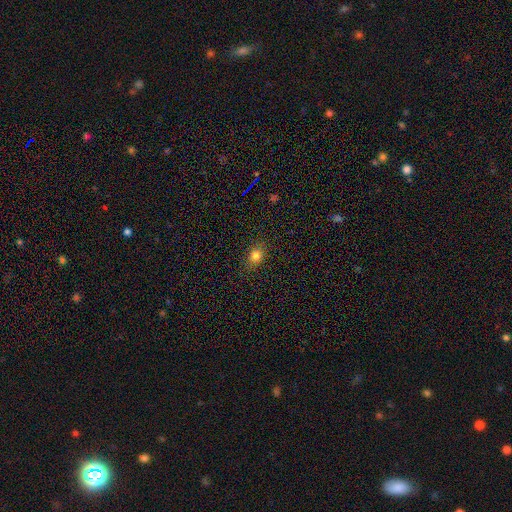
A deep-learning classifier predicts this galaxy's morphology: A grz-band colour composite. It shows a smooth galaxy with no disk features (79%) that is in between round and cigar-shaped (53%). Merging: none (85%).